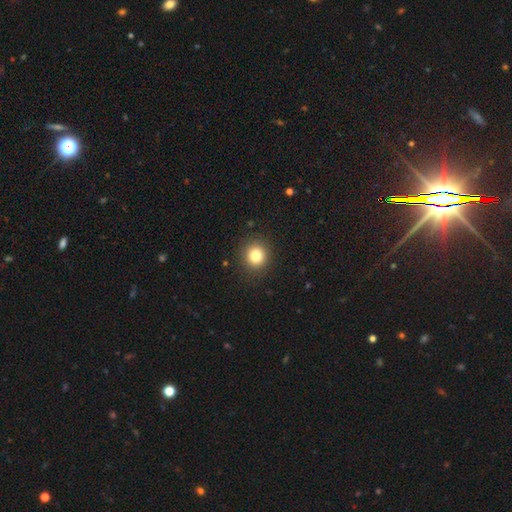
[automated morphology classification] Smooth or featured: smooth — 82% (star or artifact — 11%)
How rounded: round — 89% (in between — 11%)
Merging: none — 90% (minor disturbance — 7%)